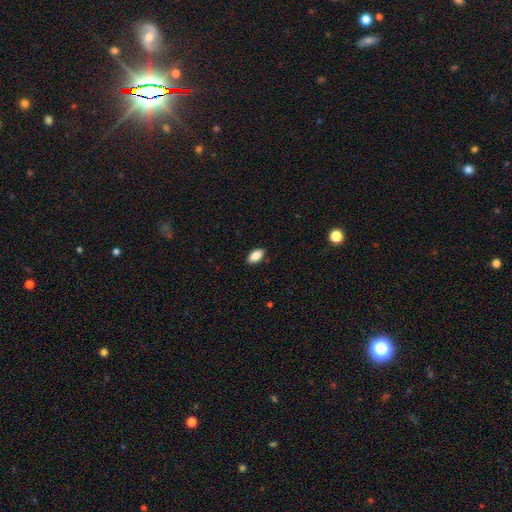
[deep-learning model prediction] Morphology: type=smooth (86%); roundness=in between (92%); merging=none (88%).